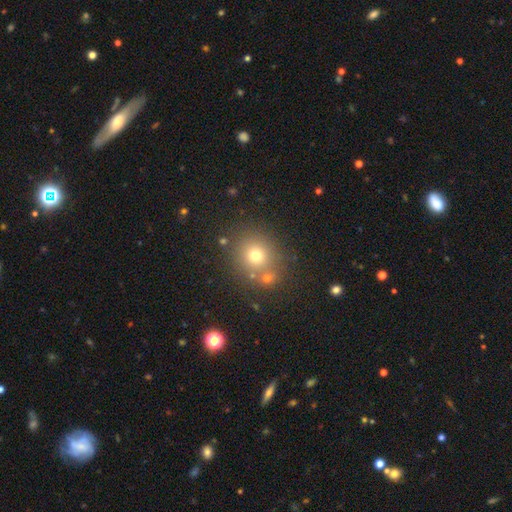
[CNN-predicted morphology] This is likely a smooth galaxy (71%). How rounded: clearly round (86%). Merging: likely none (74%).